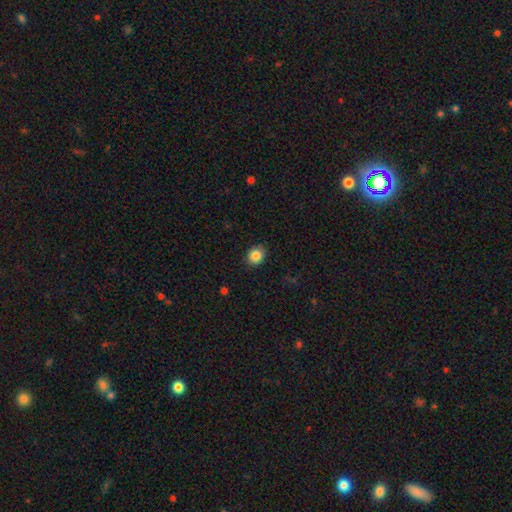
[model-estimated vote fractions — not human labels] smooth 86%, star or artifact 9%, featured or disk 5%. Down the decision tree: how rounded — round (66%); merging — none (88%).